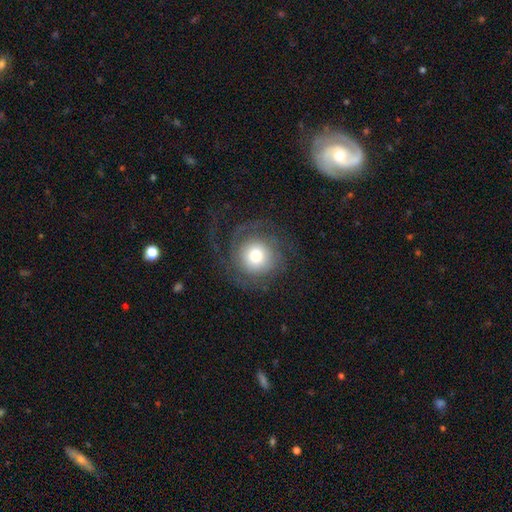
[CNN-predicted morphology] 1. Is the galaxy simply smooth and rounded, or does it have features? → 54% featured or disk, 37% smooth, 9% star or artifact.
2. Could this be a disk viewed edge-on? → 97% no, 3% yes.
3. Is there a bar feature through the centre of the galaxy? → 81% no, 15% weak, 4% strong.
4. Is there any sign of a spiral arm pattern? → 84% yes, 16% no.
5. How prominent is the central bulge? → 47% moderate, 31% large, 10% small, 10% dominant, 1% none.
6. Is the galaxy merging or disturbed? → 66% none, 20% major disturbance, 13% minor disturbance, 1% merger.